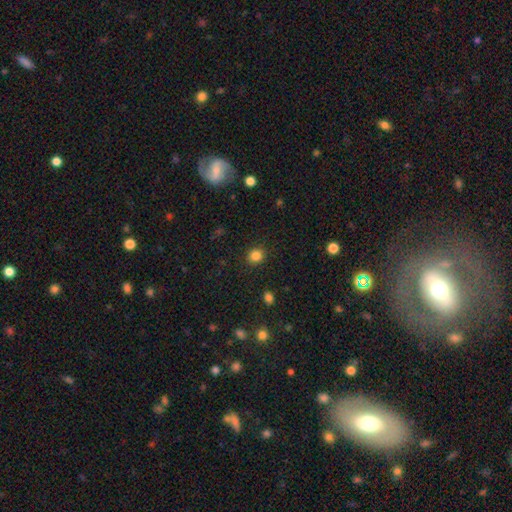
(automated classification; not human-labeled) smooth 84%, star or artifact 12%, featured or disk 4%. Down the decision tree: how rounded — round (80%); merging — none (89%).